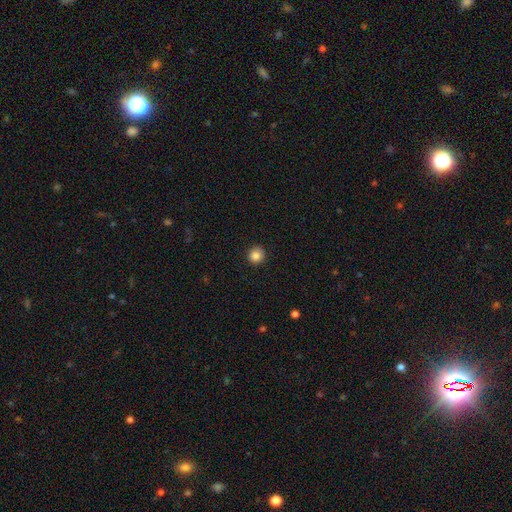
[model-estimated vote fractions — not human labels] Smooth or featured? smooth (85%)
How rounded? round (94%)
Merging? none (91%)